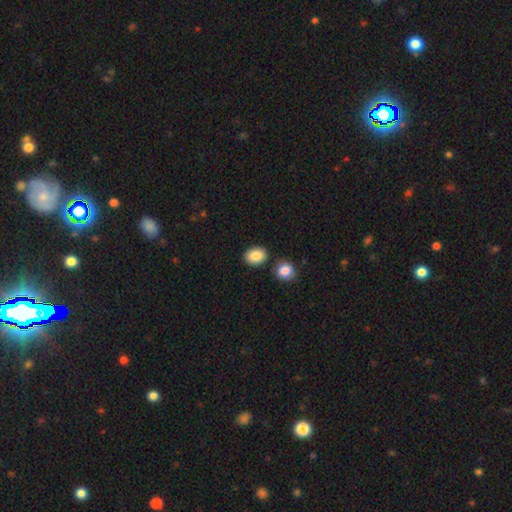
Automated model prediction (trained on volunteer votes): Smooth or featured? smooth (87%)
How rounded? in between (65%)
Merging? none (82%)